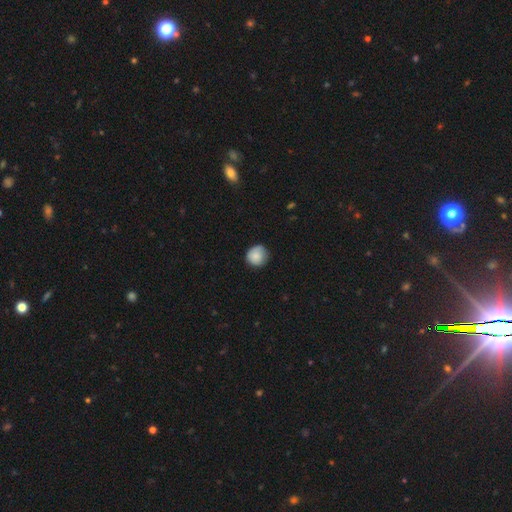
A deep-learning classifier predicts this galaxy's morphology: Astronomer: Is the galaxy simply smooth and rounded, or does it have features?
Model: smooth — 85%.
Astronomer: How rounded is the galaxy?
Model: round — 92%.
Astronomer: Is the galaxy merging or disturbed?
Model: none — 79%.